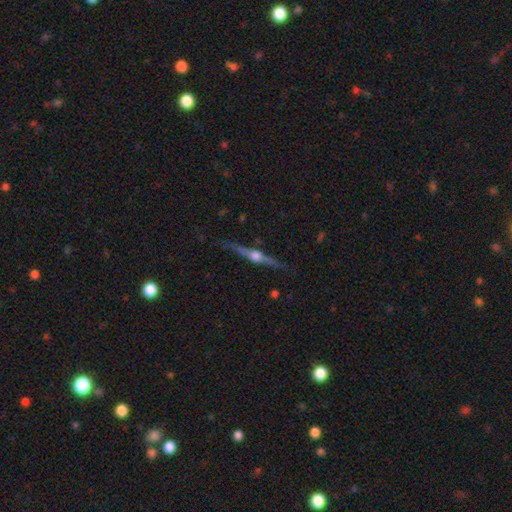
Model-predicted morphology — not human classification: The model was most divided on "smooth or featured": featured or disk: 82%, smooth: 12%, star or artifact: 6%. More confident: edge-on disk — yes (98%); edge-on bulge — rounded (94%); merging — none (87%).